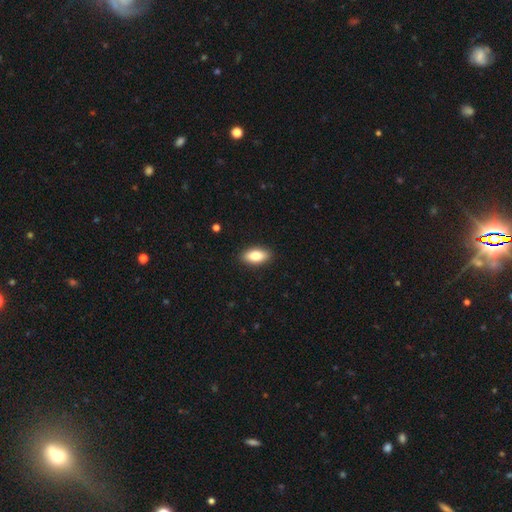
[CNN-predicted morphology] smooth 83%, featured or disk 11%, star or artifact 7%. Down the decision tree: how rounded — in between (90%); merging — none (90%).